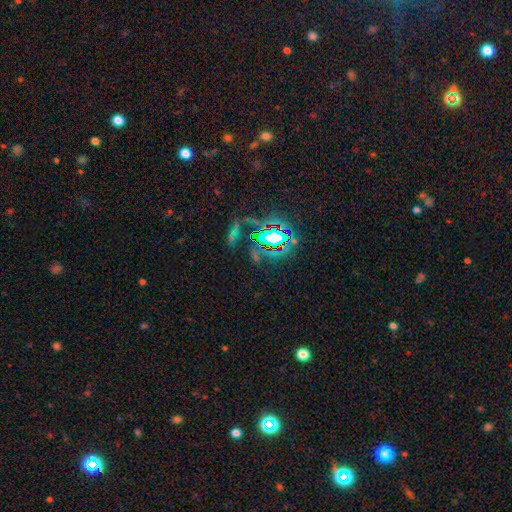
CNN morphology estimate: Smooth or featured: star or artifact — 72% (smooth — 16%)